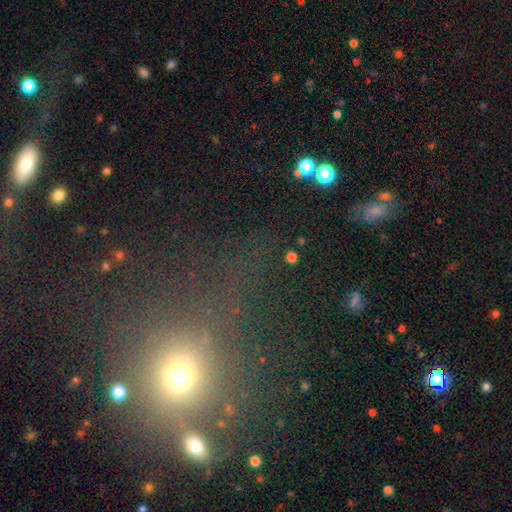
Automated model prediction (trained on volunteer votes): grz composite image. It shows a star or artifact, not a galaxy (46%).